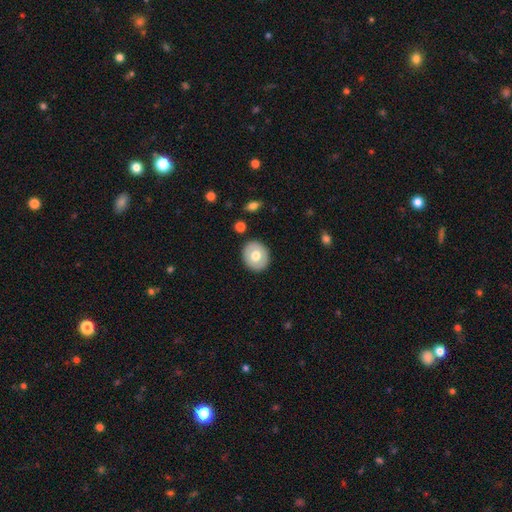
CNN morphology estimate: type=smooth (63%); roundness=round (70%); merging=none (89%).